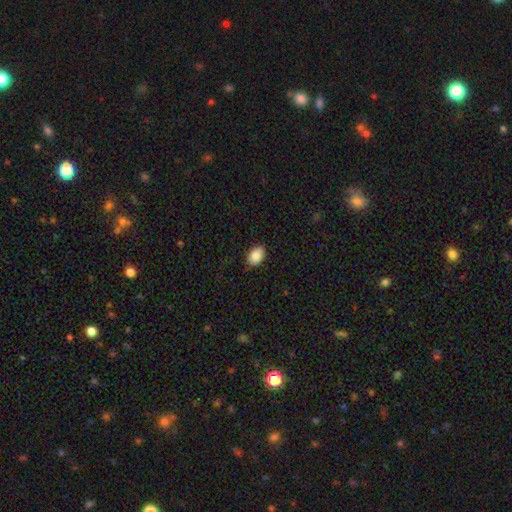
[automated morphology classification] Smooth or featured? smooth (88%)
How rounded? in between (86%)
Merging? none (86%)